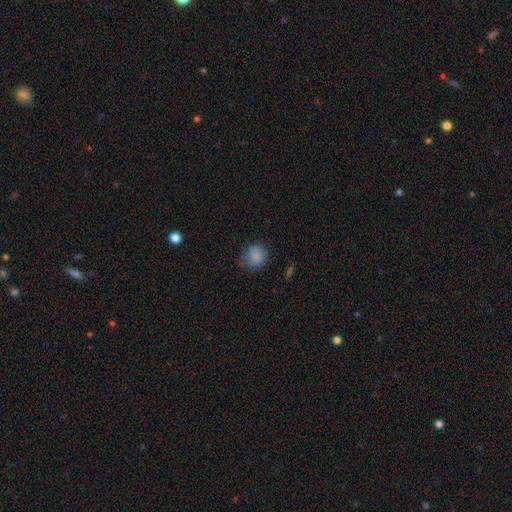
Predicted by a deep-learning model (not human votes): Smooth or featured? smooth (85%)
How rounded? round (79%)
Merging? none (68%)